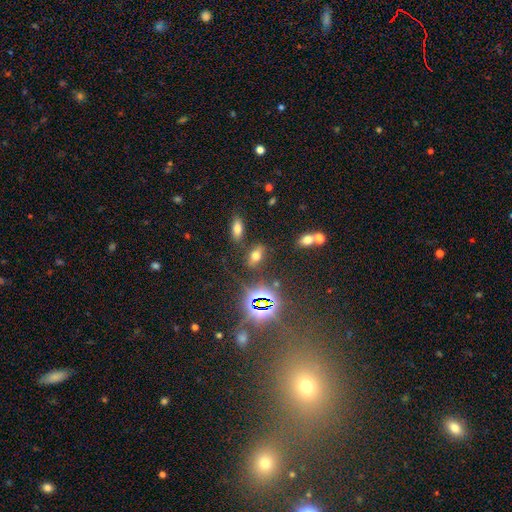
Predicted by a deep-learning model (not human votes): smooth-or-featured: smooth: 53% | star or artifact: 33% | featured or disk: 13%
  how-rounded: in between: 85% | round: 9% | cigar-shaped: 6%
  merging: none: 77% | minor disturbance: 11% | merger: 7% | major disturbance: 5%